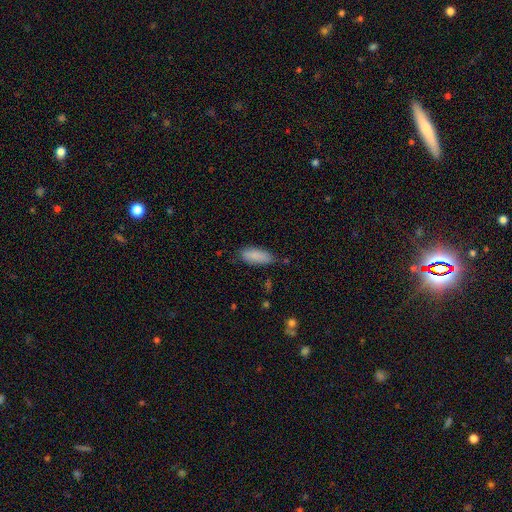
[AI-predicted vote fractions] Smooth or featured: smooth — 87% (featured or disk — 7%)
How rounded: in between — 75% (cigar-shaped — 24%)
Merging: none — 68% (minor disturbance — 25%)